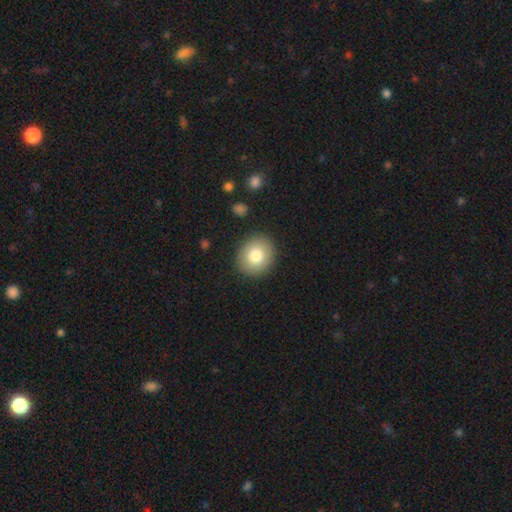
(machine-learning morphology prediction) smooth_or_featured: smooth (p=0.79) [alt: featured or disk p=0.13]
how_rounded: round (p=0.72) [alt: in between p=0.27]
merging: none (p=0.89) [alt: minor disturbance p=0.08]